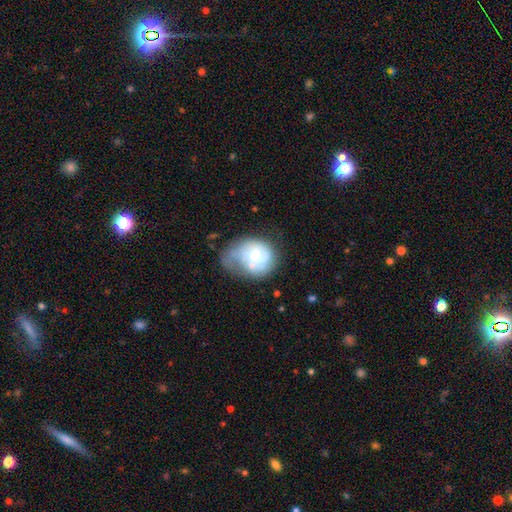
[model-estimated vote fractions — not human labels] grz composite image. It shows a featured or disk galaxy (61%) with no bar (68%), spiral arms (78%) and a moderate central bulge (49%). Merging: minor disturbance (32%, tied with none).